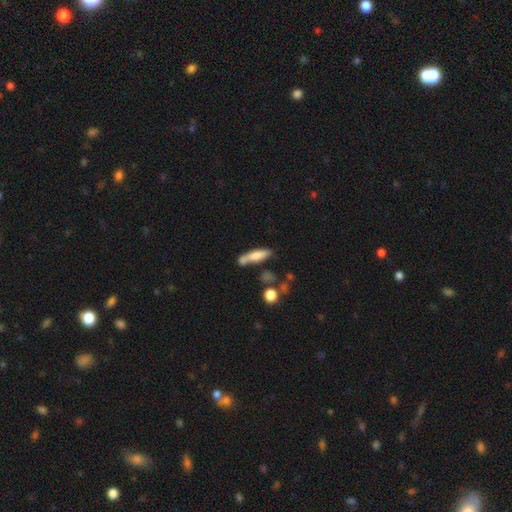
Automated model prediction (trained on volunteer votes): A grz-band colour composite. It shows a smooth galaxy with no disk features (71%) that is cigar-shaped (64%). Merging: none (48%).